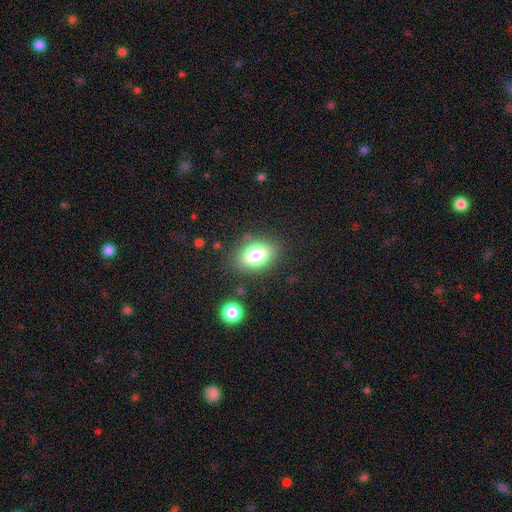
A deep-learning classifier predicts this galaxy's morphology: A smooth galaxy with no disk features (79%) that is in between round and cigar-shaped (83%).

Vote fractions:
- Smooth or featured? smooth: 79% / featured or disk: 11% / star or artifact: 10%
- How rounded? in between: 83% / round: 15% / cigar-shaped: 2%
- Merging? none: 79% / minor disturbance: 13% / major disturbance: 5% / merger: 3%